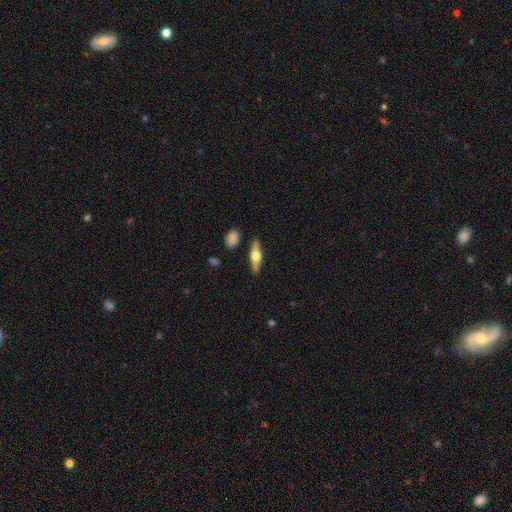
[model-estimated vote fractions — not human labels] Smooth or featured?
  - featured or disk: 55% *
  - smooth: 39%
  - star or artifact: 6%
Edge-on disk?
  - yes: 93% *
  - no: 7%
Edge-on bulge?
  - rounded: 94% *
  - boxy: 4%
  - none: 2%
Merging?
  - none: 87% *
  - minor disturbance: 8%
  - merger: 2%
  - major disturbance: 2%